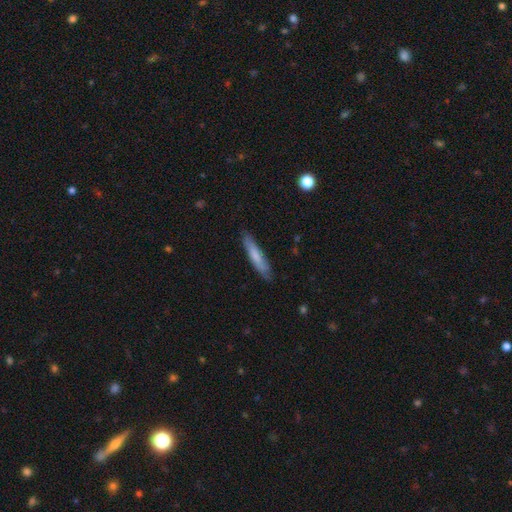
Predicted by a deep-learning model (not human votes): Smooth or featured: smooth — 72% (featured or disk — 22%)
How rounded: cigar-shaped — 89% (in between — 10%)
Merging: none — 84% (minor disturbance — 12%)